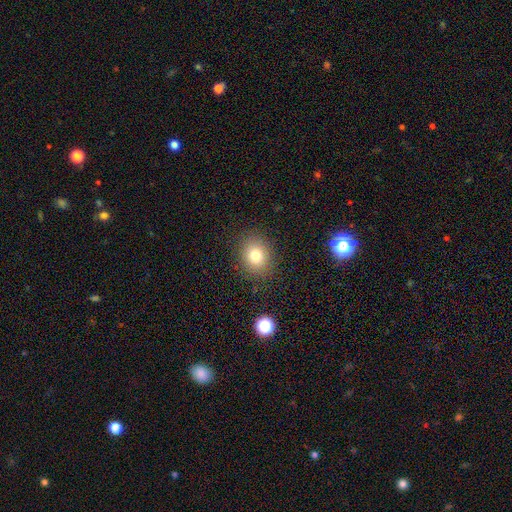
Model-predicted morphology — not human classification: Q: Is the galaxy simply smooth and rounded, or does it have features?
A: smooth — 78%.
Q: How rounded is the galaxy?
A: round — 61%.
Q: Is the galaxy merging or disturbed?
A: none — 86%.